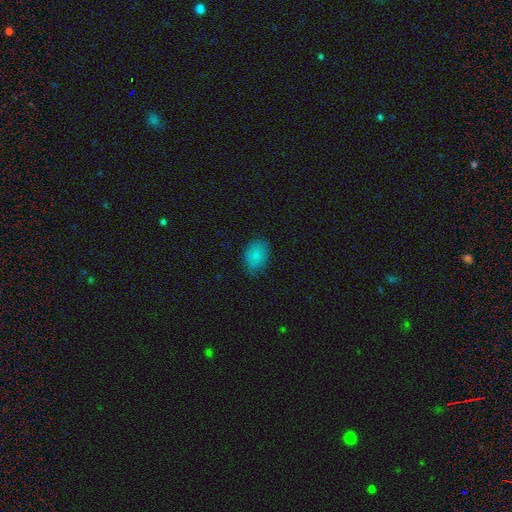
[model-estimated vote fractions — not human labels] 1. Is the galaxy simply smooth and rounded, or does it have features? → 85% smooth, 9% star or artifact, 7% featured or disk.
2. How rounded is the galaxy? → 81% in between, 18% round, 1% cigar-shaped.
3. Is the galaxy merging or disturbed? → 77% none, 18% minor disturbance, 4% major disturbance, 1% merger.